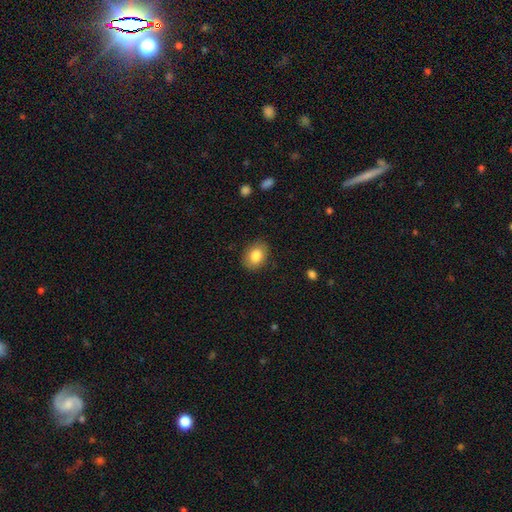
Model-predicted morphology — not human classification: The model was most divided on "how rounded": in between: 68%, round: 31%, cigar-shaped: 1%. More confident: merging — none (85%); smooth or featured — smooth (83%).